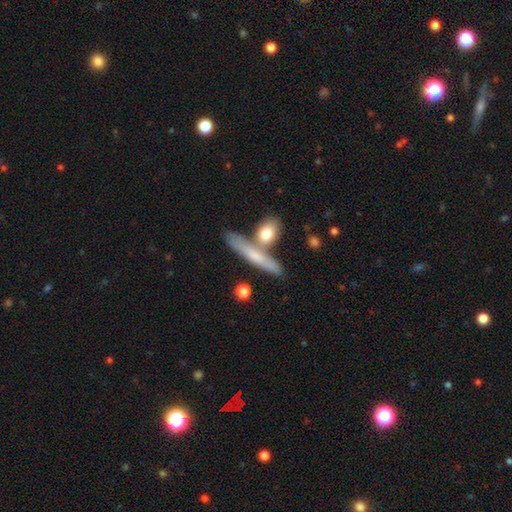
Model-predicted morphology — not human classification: smooth 57%, featured or disk 37%, star or artifact 6%. Down the decision tree: how rounded — cigar-shaped (85%); merging — none (67%).